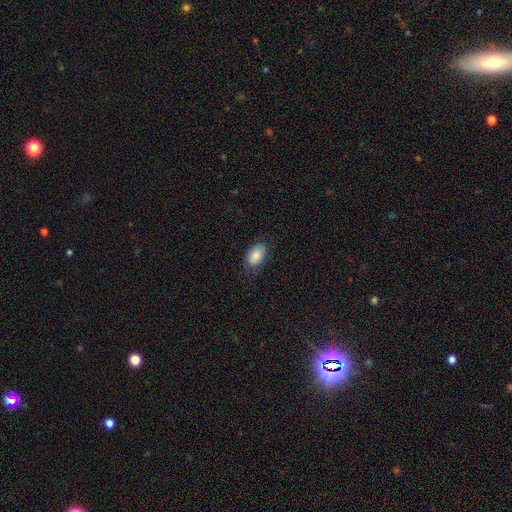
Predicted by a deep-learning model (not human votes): smooth 84%, featured or disk 9%, star or artifact 7%. Down the decision tree: how rounded — in between (92%); merging — none (79%).